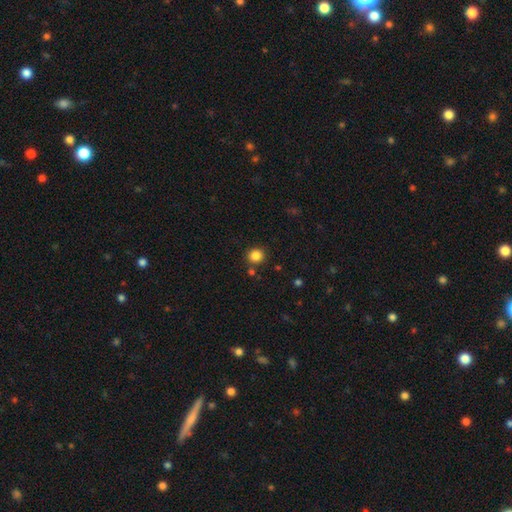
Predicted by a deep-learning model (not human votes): Q: Smooth or featured?
A: smooth (85%); runner-up: star or artifact (11%)
Q: How rounded?
A: round (87%); runner-up: in between (12%)
Q: Merging?
A: none (85%); runner-up: minor disturbance (8%)